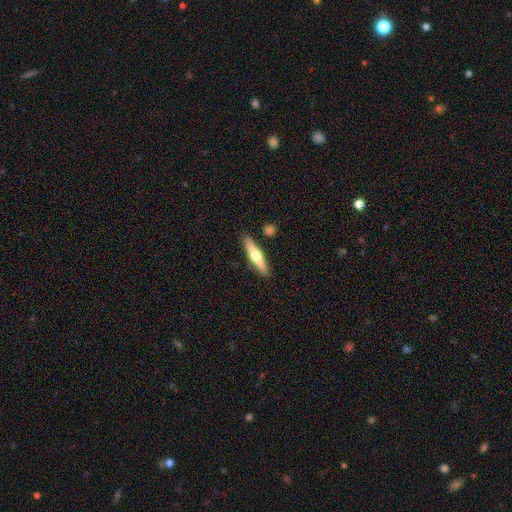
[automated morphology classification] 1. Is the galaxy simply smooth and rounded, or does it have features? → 56% featured or disk, 39% smooth, 5% star or artifact.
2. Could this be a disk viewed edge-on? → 95% yes, 5% no.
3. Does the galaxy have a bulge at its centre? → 94% rounded, 3% none, 3% boxy.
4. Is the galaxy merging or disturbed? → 87% none, 8% minor disturbance, 4% merger, 2% major disturbance.